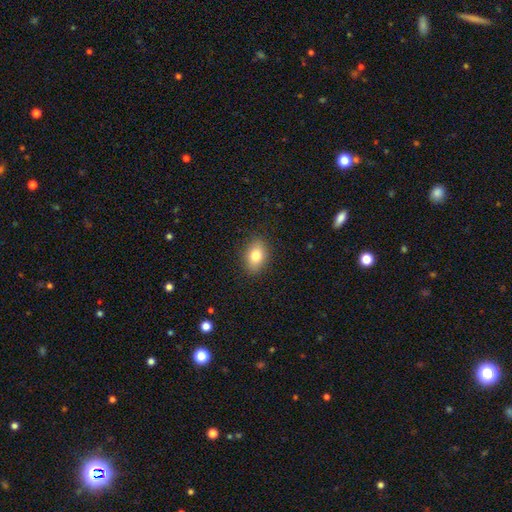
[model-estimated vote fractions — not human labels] Smooth or featured: smooth — 81% (featured or disk — 10%)
How rounded: in between — 80% (round — 19%)
Merging: none — 87% (minor disturbance — 9%)